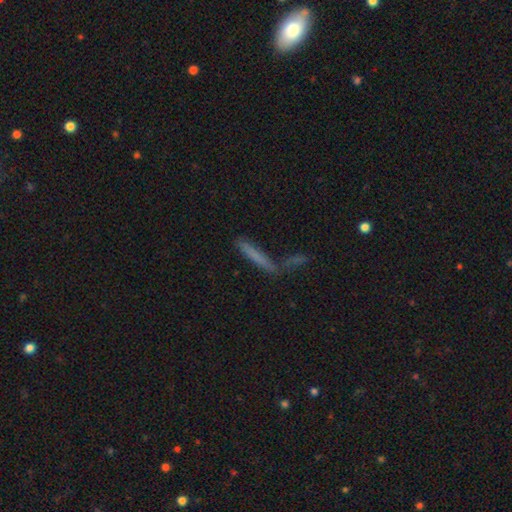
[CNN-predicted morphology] A smooth galaxy with no disk features (65%) that is cigar-shaped (93%). Merging: none (60%).